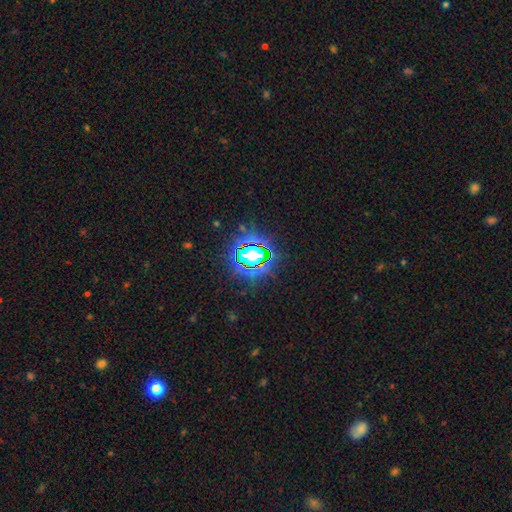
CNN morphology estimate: star or artifact 79%, smooth 12%, featured or disk 8%.